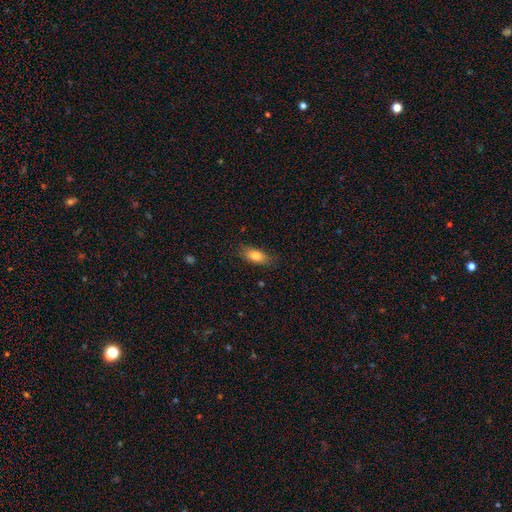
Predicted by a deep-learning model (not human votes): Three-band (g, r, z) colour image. It shows a smooth galaxy with no disk features (80%) that is in between round and cigar-shaped (81%). Merging: none (81%).